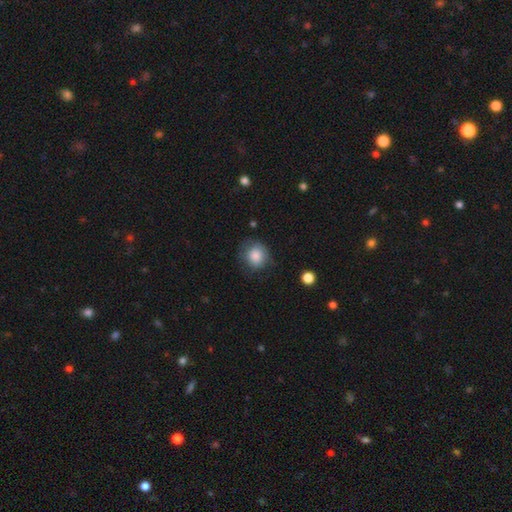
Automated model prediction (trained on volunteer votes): Q: Smooth or featured?
A: smooth (83%); runner-up: featured or disk (9%)
Q: How rounded?
A: round (78%); runner-up: in between (22%)
Q: Merging?
A: none (66%); runner-up: minor disturbance (24%)